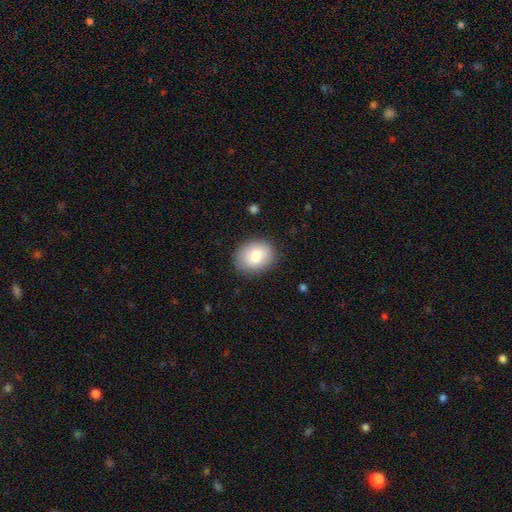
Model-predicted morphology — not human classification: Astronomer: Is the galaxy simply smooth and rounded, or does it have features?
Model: smooth — 79%.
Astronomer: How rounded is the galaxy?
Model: in between — 55% (runner-up: round, 44%).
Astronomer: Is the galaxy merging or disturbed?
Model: none — 85%.